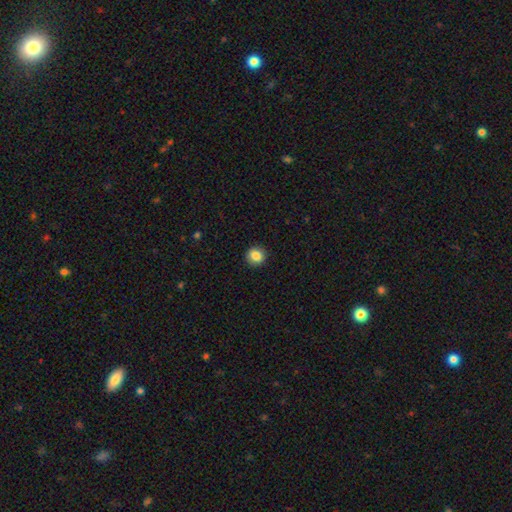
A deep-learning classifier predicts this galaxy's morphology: This is clearly a smooth galaxy (86%). How rounded: clearly round (90%). Merging: clearly none (92%).